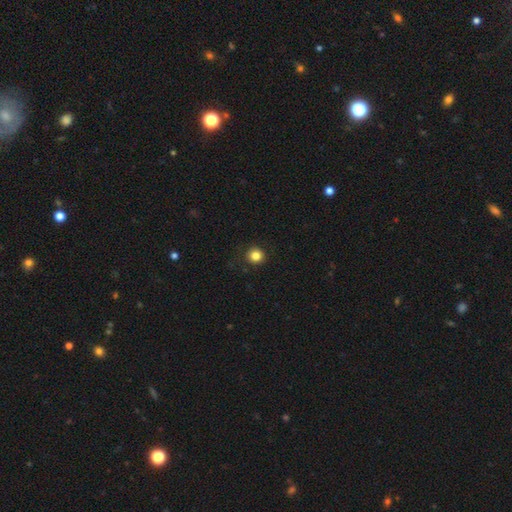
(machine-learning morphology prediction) Smooth or featured: smooth — 83% (star or artifact — 12%)
How rounded: round — 93% (in between — 6%)
Merging: none — 90% (minor disturbance — 7%)